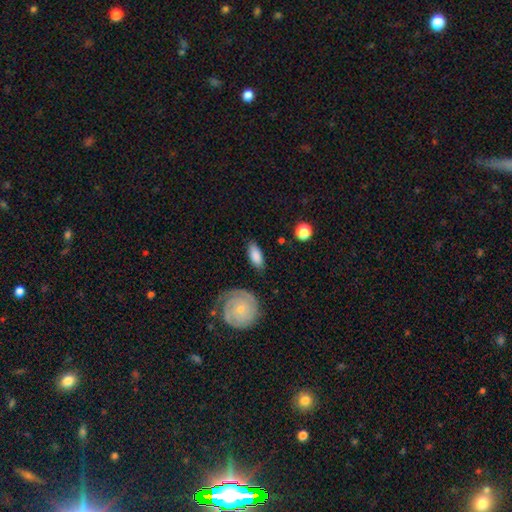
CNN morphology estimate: Smooth or featured? Predicted: smooth (p=0.77). How rounded? Predicted: in between (p=0.78). Merging? Predicted: none (p=0.81).